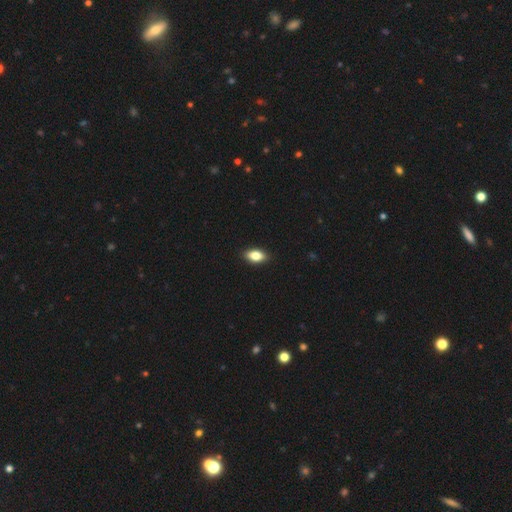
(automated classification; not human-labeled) Q: Smooth or featured?
A: smooth (81%); runner-up: featured or disk (12%)
Q: How rounded?
A: in between (88%); runner-up: cigar-shaped (6%)
Q: Merging?
A: none (90%); runner-up: minor disturbance (8%)